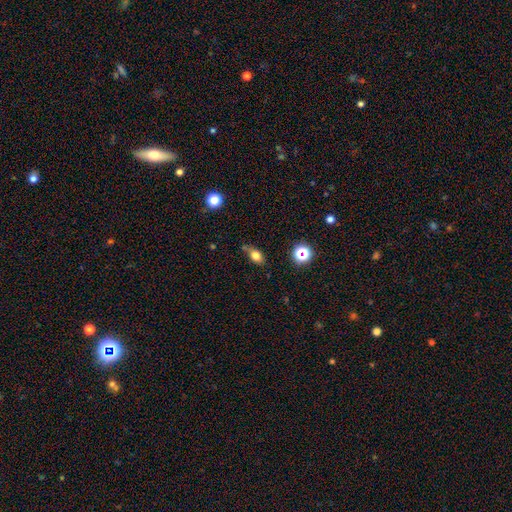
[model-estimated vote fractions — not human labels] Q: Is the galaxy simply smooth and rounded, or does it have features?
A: smooth — 74%.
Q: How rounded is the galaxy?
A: in between — 76%.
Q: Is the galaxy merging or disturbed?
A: none — 61%.